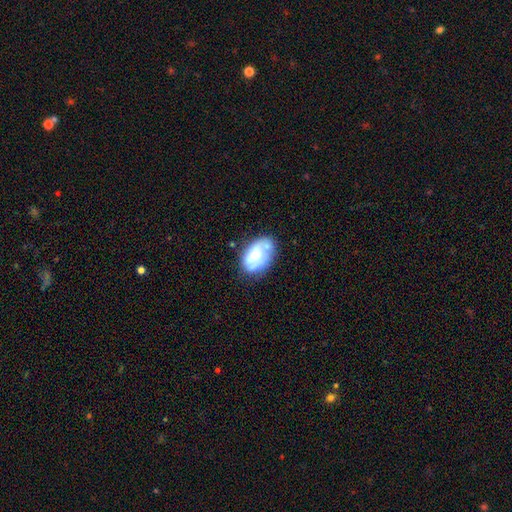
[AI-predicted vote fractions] smooth 56%, featured or disk 37%, star or artifact 7%. Down the decision tree: how rounded — in between (88%); merging — none (52%).